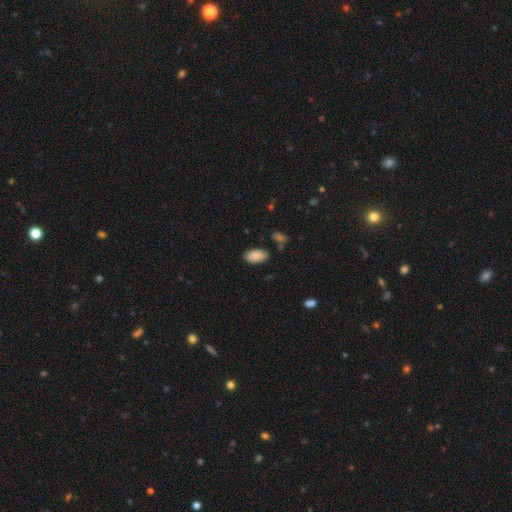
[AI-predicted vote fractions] A smooth galaxy with no disk features (88%) that is in between round and cigar-shaped (95%). Merging: none (80%).